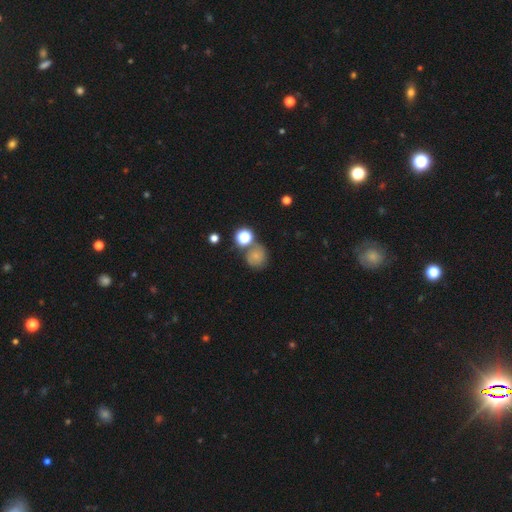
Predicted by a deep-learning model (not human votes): Q: Smooth or featured?
A: smooth (66%); runner-up: star or artifact (17%)
Q: How rounded?
A: round (87%); runner-up: in between (12%)
Q: Merging?
A: none (63%); runner-up: merger (17%)